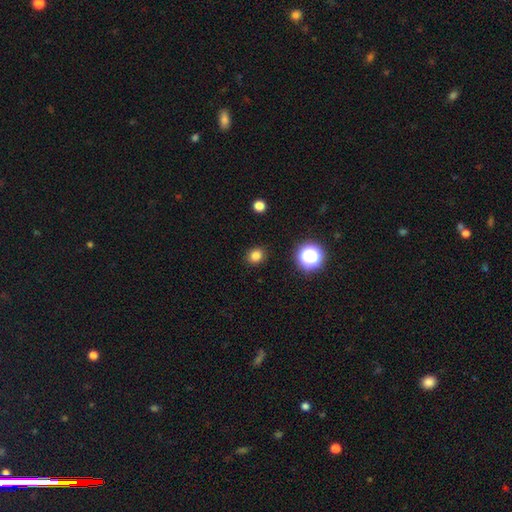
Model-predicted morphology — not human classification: smooth 80%, star or artifact 15%, featured or disk 4%. Down the decision tree: how rounded — round (75%); merging — none (90%).